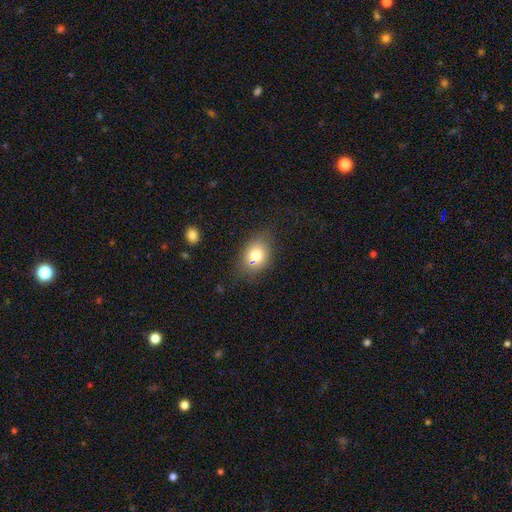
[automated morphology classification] Smooth or featured? Predicted: smooth (p=0.76). How rounded? Predicted: in between (p=0.60). Merging? Predicted: none (p=0.72).